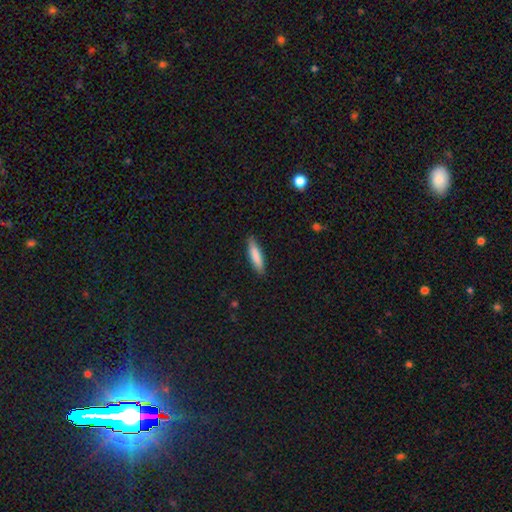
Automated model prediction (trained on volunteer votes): A smooth galaxy with no disk features (83%) that is cigar-shaped (77%).

Vote fractions:
- Smooth or featured? smooth: 83% / featured or disk: 12% / star or artifact: 6%
- How rounded? cigar-shaped: 77% / in between: 22% / round: 1%
- Merging? none: 88% / minor disturbance: 9% / major disturbance: 2% / merger: 1%